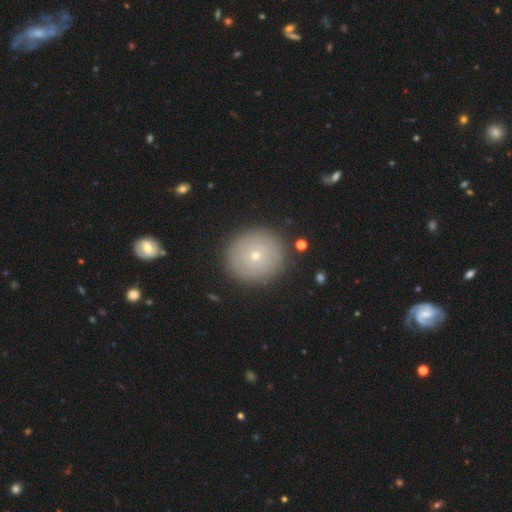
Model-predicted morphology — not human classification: Smooth or featured?
  - smooth: 59% *
  - featured or disk: 31%
  - star or artifact: 11%
How rounded?
  - round: 89% *
  - in between: 10%
  - cigar-shaped: 1%
Merging?
  - none: 89% *
  - minor disturbance: 7%
  - major disturbance: 2%
  - merger: 1%